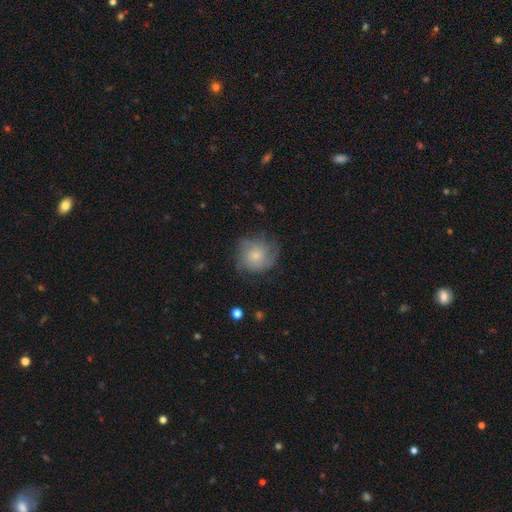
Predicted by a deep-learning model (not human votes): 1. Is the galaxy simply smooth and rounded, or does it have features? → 47% smooth, 45% featured or disk, 9% star or artifact.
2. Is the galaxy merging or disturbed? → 63% none, 23% minor disturbance, 12% major disturbance, 1% merger.